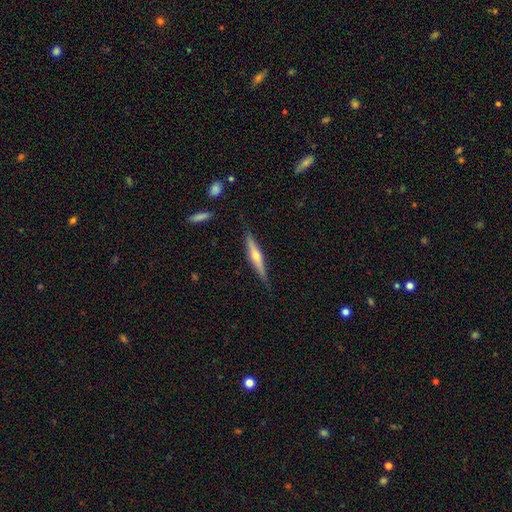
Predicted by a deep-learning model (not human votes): Morphology: type=featured or disk (69%); edge-on=yes (97%); edge-on bulge=rounded (89%); merging=none (86%).